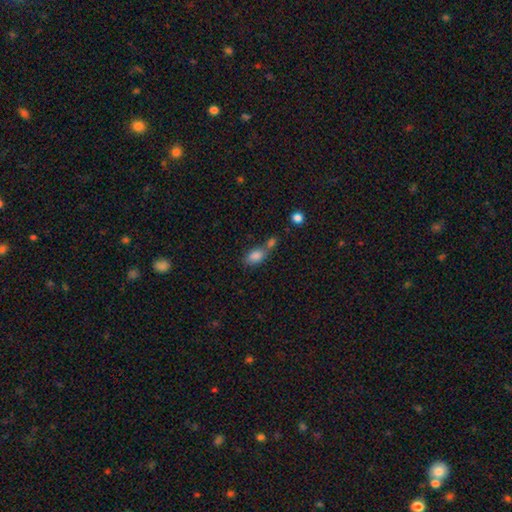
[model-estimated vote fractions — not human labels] Smooth or featured?
  - smooth: 83% *
  - star or artifact: 9%
  - featured or disk: 8%
How rounded?
  - in between: 88% *
  - round: 9%
  - cigar-shaped: 4%
Merging?
  - merger: 42% *
  - none: 39%
  - minor disturbance: 13%
  - major disturbance: 6%